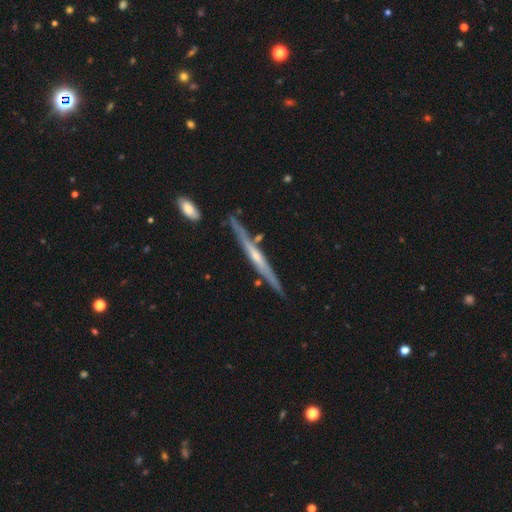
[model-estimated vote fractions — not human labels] Smooth or featured? featured or disk (73%)
Edge-on disk? yes (96%)
Edge-on bulge? rounded (51%)
Merging? none (83%)